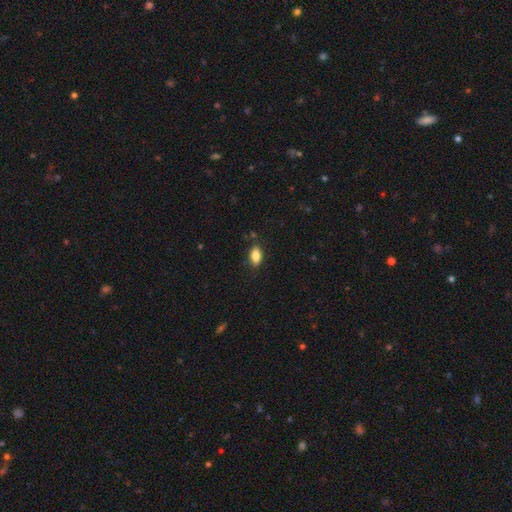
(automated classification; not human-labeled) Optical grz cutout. It shows a smooth galaxy with no disk features (84%) that is in between round and cigar-shaped (89%). Merging: none (82%).